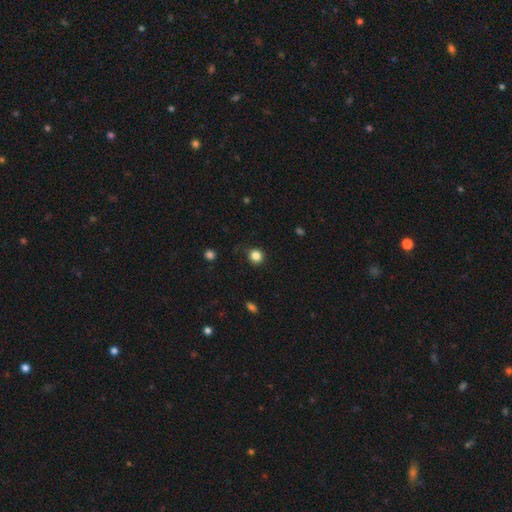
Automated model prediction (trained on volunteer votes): Smooth or featured? smooth (84%)
How rounded? round (91%)
Merging? none (83%)